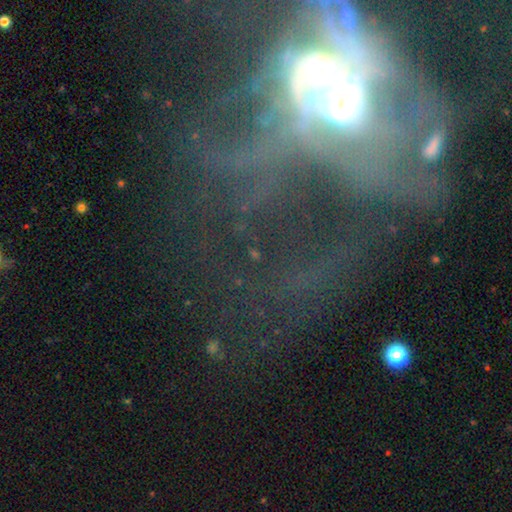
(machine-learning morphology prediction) smooth_or_featured: featured or disk (p=0.58) [alt: star or artifact p=0.25]
disk_edge_on: no (p=0.90) [alt: yes p=0.10]
bar: no (p=0.69) [alt: weak p=0.18]
has_spiral_arms: no (p=0.59) [alt: yes p=0.41]
bulge_size: moderate (p=0.51) [alt: small p=0.27]
merging: major disturbance (p=0.34) [alt: merger p=0.33]